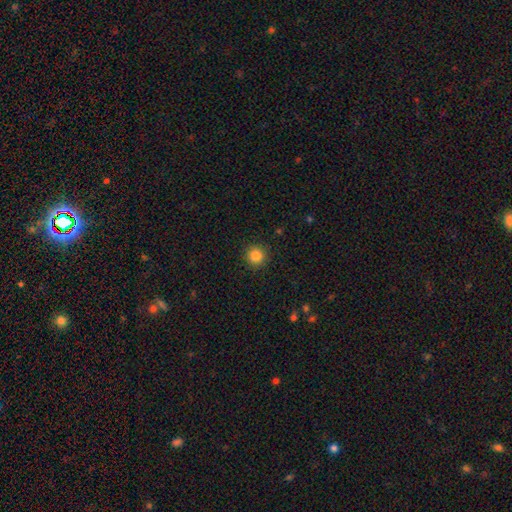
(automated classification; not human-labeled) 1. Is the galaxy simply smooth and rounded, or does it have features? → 85% smooth, 11% star or artifact, 4% featured or disk.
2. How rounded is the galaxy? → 95% round, 4% in between, 1% cigar-shaped.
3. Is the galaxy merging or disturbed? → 92% none, 5% minor disturbance, 2% major disturbance, 1% merger.